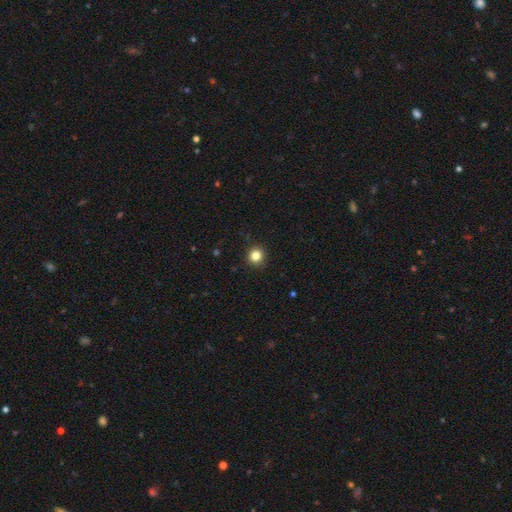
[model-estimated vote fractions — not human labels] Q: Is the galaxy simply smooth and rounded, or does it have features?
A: smooth — 83%.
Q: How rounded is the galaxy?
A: round — 92%.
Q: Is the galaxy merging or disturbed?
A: none — 92%.